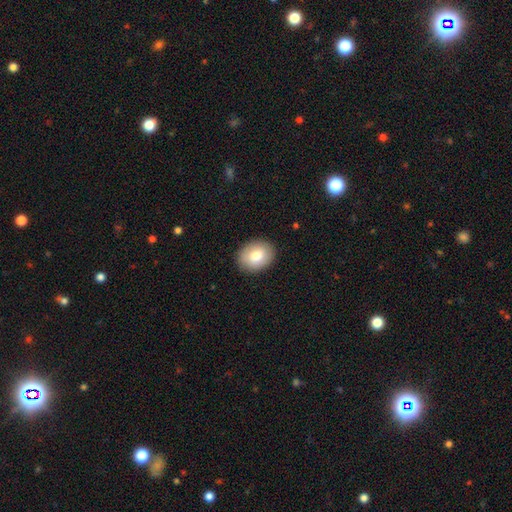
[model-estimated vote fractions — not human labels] smooth-or-featured: smooth: 79% | featured or disk: 13% | star or artifact: 7%
  how-rounded: in between: 61% | round: 38% | cigar-shaped: 1%
  merging: none: 89% | minor disturbance: 8% | major disturbance: 2% | merger: 1%